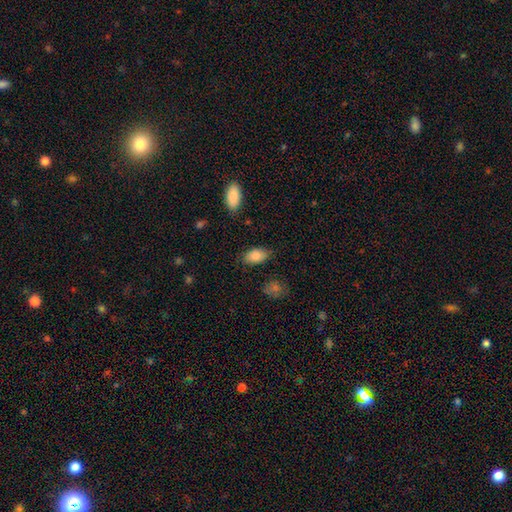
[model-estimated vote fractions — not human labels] Q: Smooth or featured?
A: smooth (84%); runner-up: featured or disk (8%)
Q: How rounded?
A: in between (93%); runner-up: round (5%)
Q: Merging?
A: none (82%); runner-up: minor disturbance (13%)